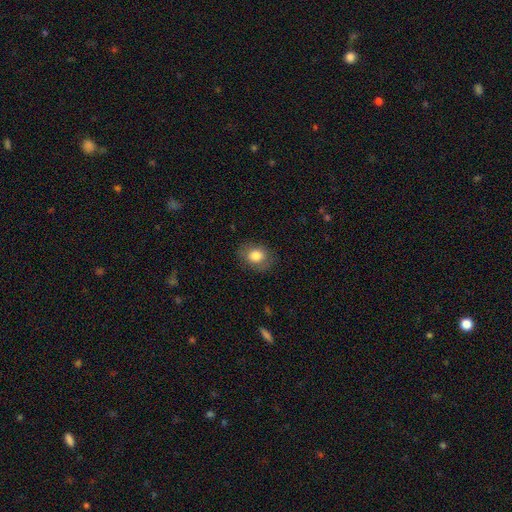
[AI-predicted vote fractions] smooth-or-featured: smooth: 79% | featured or disk: 12% | star or artifact: 8%
  how-rounded: in between: 56% | round: 43% | cigar-shaped: 1%
  merging: none: 81% | minor disturbance: 13% | major disturbance: 5% | merger: 1%